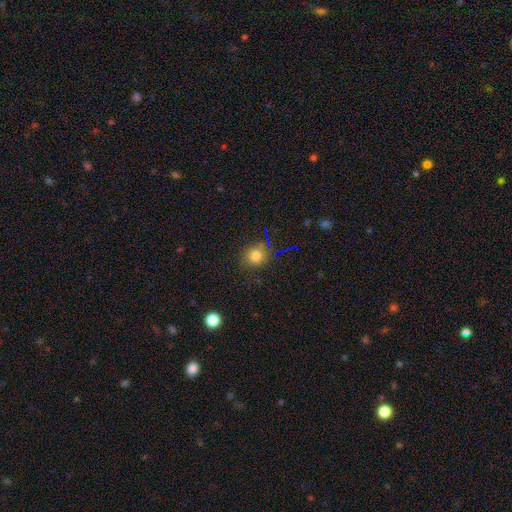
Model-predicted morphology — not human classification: Smooth or featured? smooth (73%)
How rounded? round (84%)
Merging? none (83%)